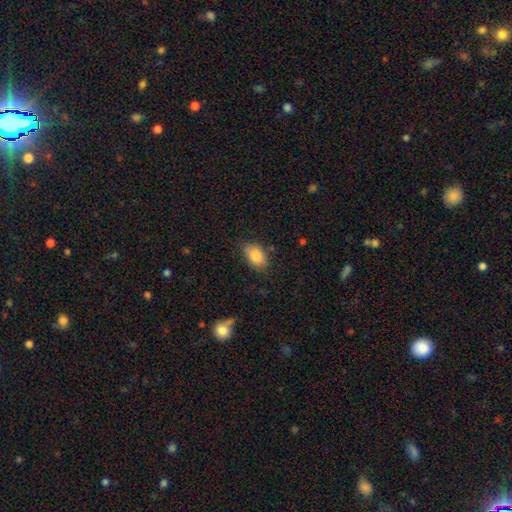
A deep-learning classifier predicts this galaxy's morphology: This is clearly a smooth galaxy (85%). How rounded: clearly in between (89%). Merging: likely none (79%).